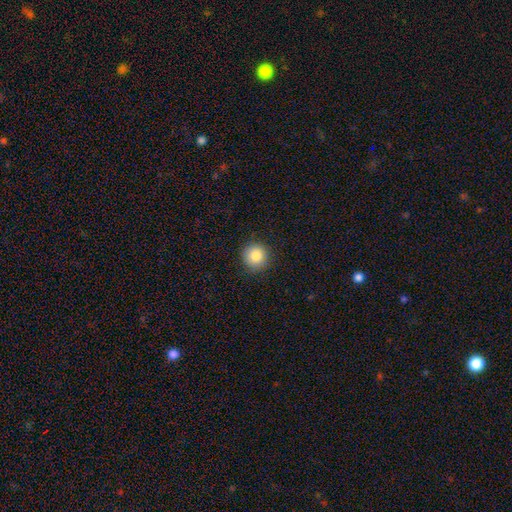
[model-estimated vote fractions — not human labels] This is clearly a smooth galaxy (84%). How rounded: clearly round (94%). Merging: clearly none (91%).